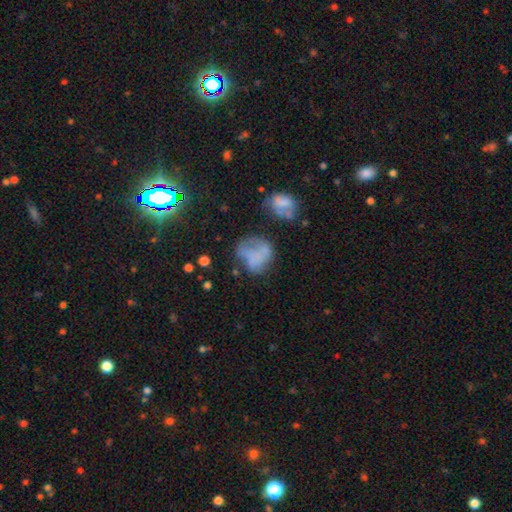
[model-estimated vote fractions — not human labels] Smooth or featured: smooth — 54% (featured or disk — 34%)
How rounded: round — 63% (in between — 35%)
Merging: none — 38% (major disturbance — 28%)